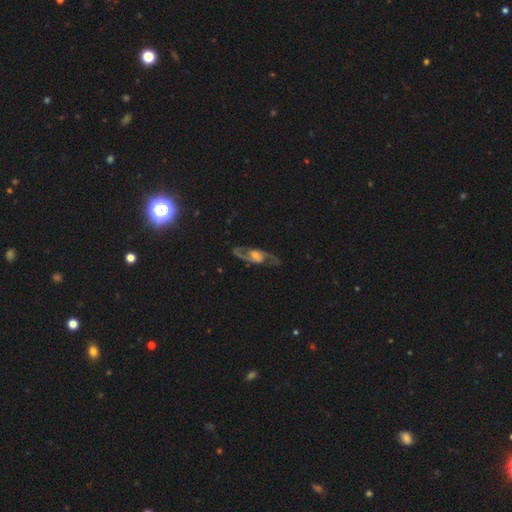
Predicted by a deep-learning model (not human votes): This is clearly a featured or disk galaxy (86%). It is clearly not viewed edge-on (92%). Bar: marginally weak (44%). Spiral arm pattern: clearly yes (95%). Spiral arm count: clearly 2 (92%). Spiral winding: possibly medium (55%). Central bulge: possibly moderate (48%). Merging: clearly none (81%).